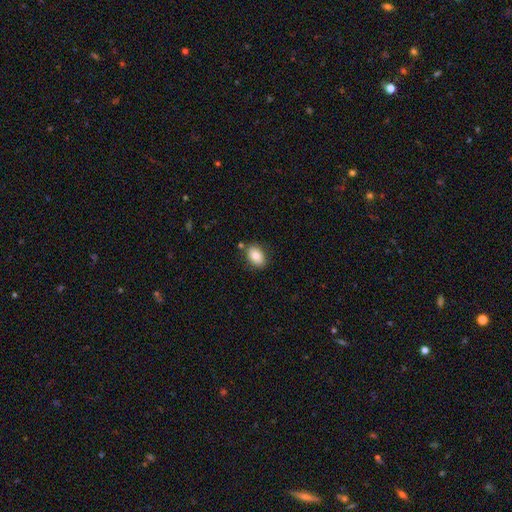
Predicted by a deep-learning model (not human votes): Smooth or featured?
  - smooth: 80% *
  - featured or disk: 12%
  - star or artifact: 8%
How rounded?
  - in between: 80% *
  - round: 19%
  - cigar-shaped: 1%
Merging?
  - none: 79% *
  - minor disturbance: 12%
  - merger: 6%
  - major disturbance: 3%